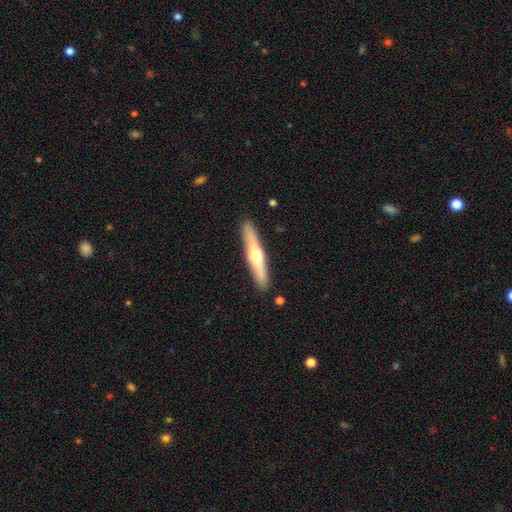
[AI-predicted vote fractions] This is possibly a featured or disk galaxy (56%). It is clearly viewed edge-on (94%). Edge-on bulge: clearly rounded (90%). Merging: clearly none (89%).